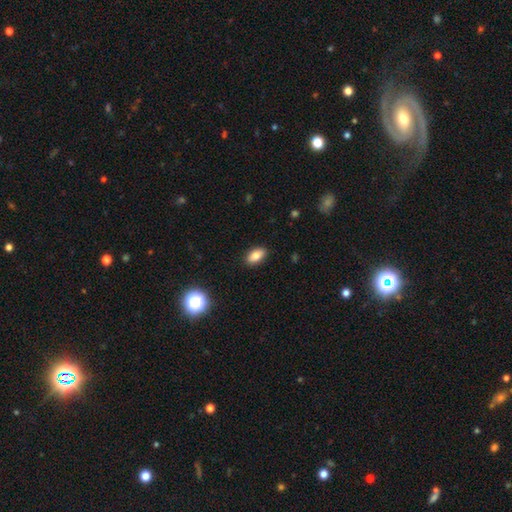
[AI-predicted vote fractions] Smooth or featured: smooth — 80% (featured or disk — 10%)
How rounded: in between — 89% (round — 7%)
Merging: none — 89% (minor disturbance — 8%)